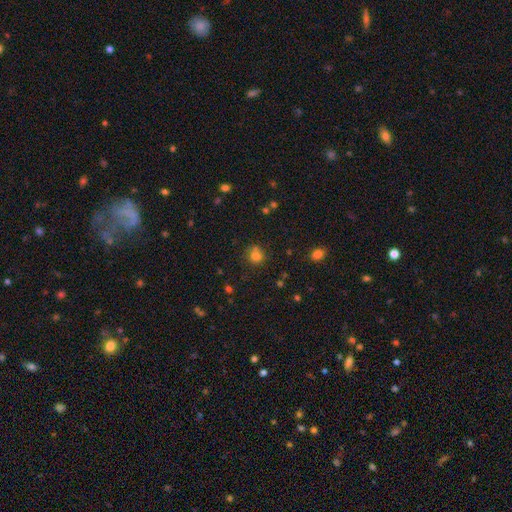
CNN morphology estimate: type=smooth (75%); roundness=round (84%); merging=none (61%).